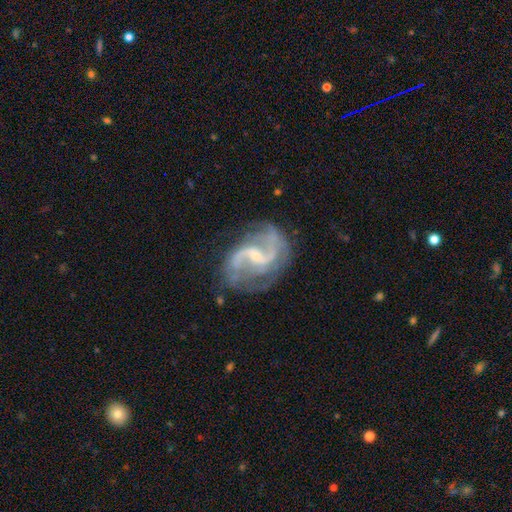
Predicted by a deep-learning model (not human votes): Q: Smooth or featured?
A: featured or disk (90%); runner-up: star or artifact (6%)
Q: Edge-on disk?
A: no (98%); runner-up: yes (2%)
Q: Bar?
A: weak (55%); runner-up: no (25%)
Q: Spiral arms?
A: yes (97%); runner-up: no (3%)
Q: Spiral winding?
A: loose (47%); runner-up: medium (43%)
Q: Spiral arm count?
A: 2 (87%); runner-up: can't tell (4%)
Q: Bulge size?
A: small (66%); runner-up: moderate (23%)
Q: Merging?
A: none (67%); runner-up: minor disturbance (19%)